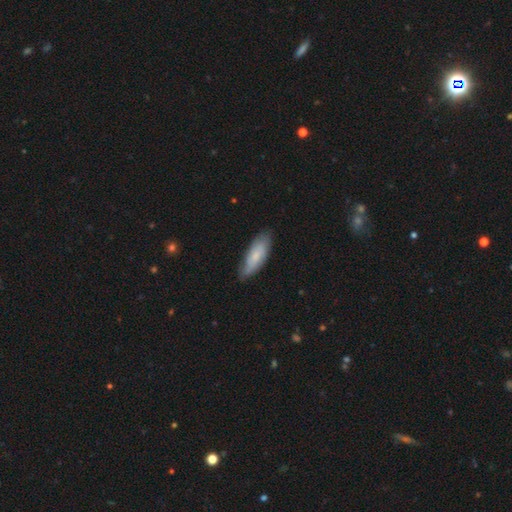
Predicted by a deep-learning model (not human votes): This appears to be a smooth galaxy with no disk features (72%) that is in between round and cigar-shaped (62%). Merging: none (74%).